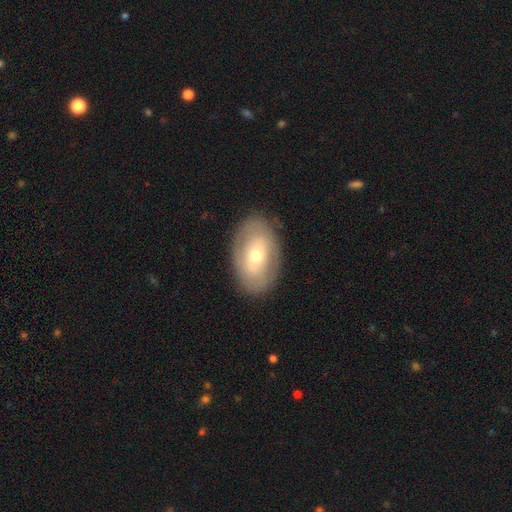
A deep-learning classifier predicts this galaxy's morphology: Smooth or featured?
  - smooth: 49% *
  - featured or disk: 44%
  - star or artifact: 7%
Merging?
  - none: 84% *
  - minor disturbance: 11%
  - major disturbance: 4%
  - merger: 1%